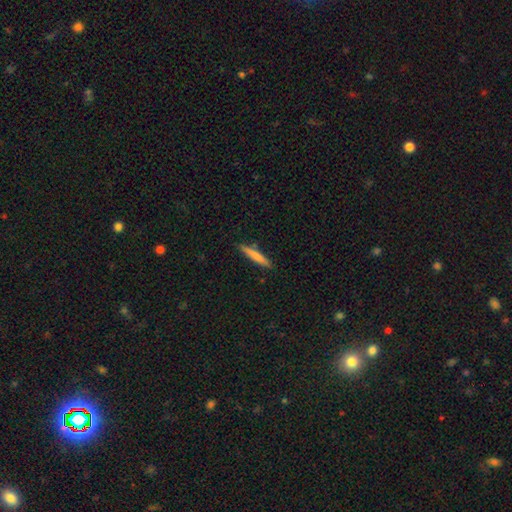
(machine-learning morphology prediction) Smooth or featured: smooth — 74% (featured or disk — 21%)
How rounded: cigar-shaped — 93% (in between — 5%)
Merging: none — 87% (minor disturbance — 9%)